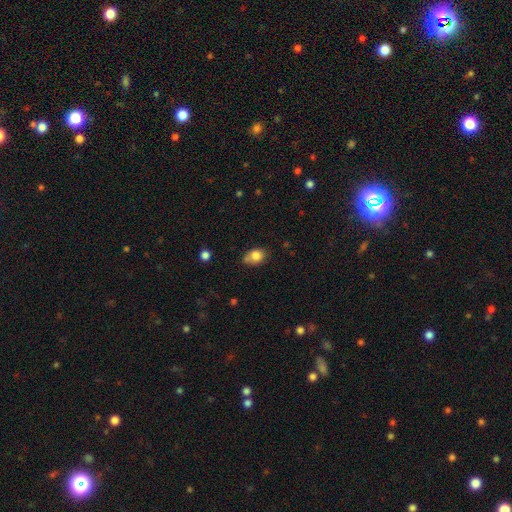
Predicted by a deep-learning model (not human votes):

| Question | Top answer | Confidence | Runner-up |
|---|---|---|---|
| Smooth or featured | smooth | 81% | featured or disk (10%) |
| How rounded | in between | 65% | round (34%) |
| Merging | none | 54% | minor disturbance (29%) |